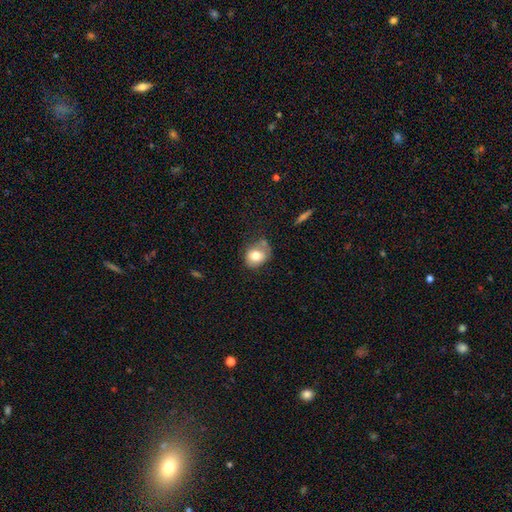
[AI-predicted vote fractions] smooth-or-featured: smooth: 76% | featured or disk: 15% | star or artifact: 9%
  how-rounded: round: 59% | in between: 40% | cigar-shaped: 1%
  merging: none: 55% | minor disturbance: 26% | merger: 10% | major disturbance: 8%